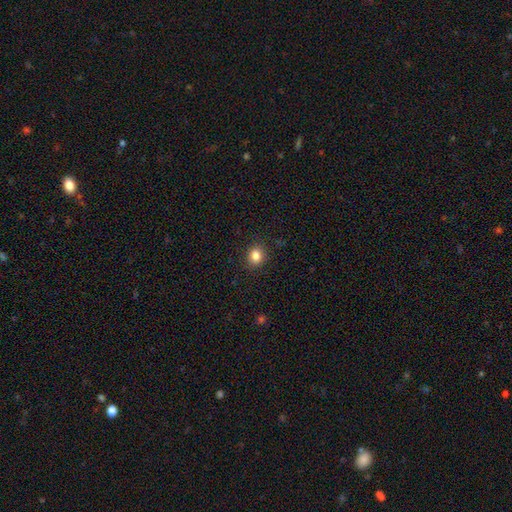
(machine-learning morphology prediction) Overall: smooth (84%). How rounded: round (72%). Merging: none (89%).